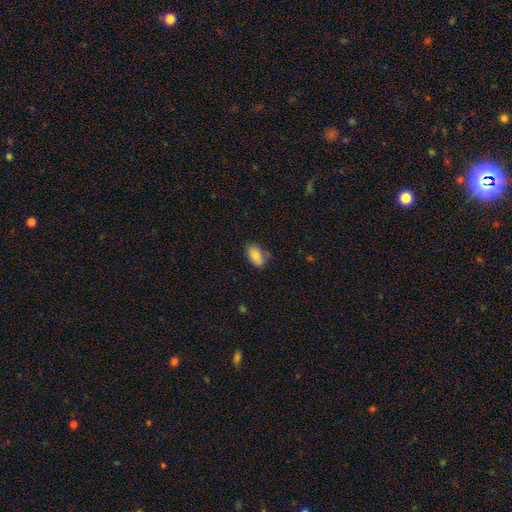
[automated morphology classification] Smooth or featured?
  - smooth: 83% *
  - featured or disk: 9%
  - star or artifact: 8%
How rounded?
  - in between: 91% *
  - round: 8%
  - cigar-shaped: 2%
Merging?
  - none: 74% *
  - minor disturbance: 20%
  - major disturbance: 4%
  - merger: 2%